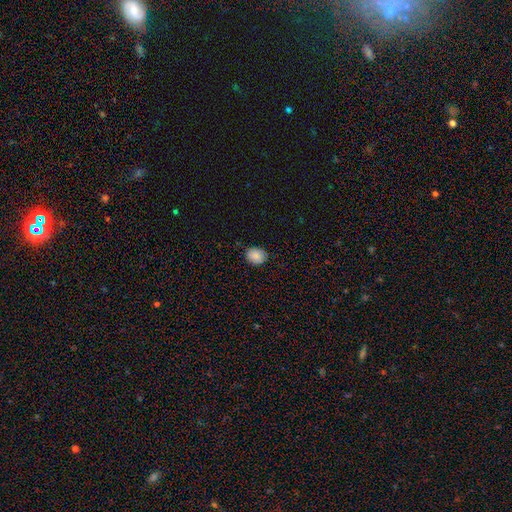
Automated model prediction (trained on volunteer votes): Smooth or featured: smooth — 87% (star or artifact — 8%)
How rounded: round — 61% (in between — 39%)
Merging: none — 85% (minor disturbance — 12%)